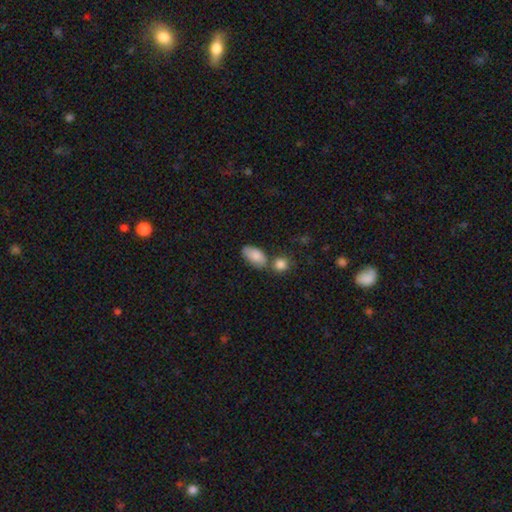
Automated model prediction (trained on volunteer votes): The model was most divided on "merging": none: 50%, merger: 28%, minor disturbance: 17%, major disturbance: 5%. More confident: how rounded — in between (92%); smooth or featured — smooth (84%).